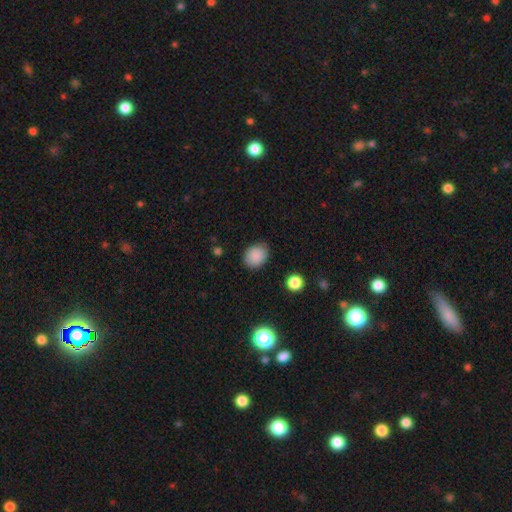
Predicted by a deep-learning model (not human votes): smooth 88%, star or artifact 9%, featured or disk 4%. Down the decision tree: how rounded — in between (51%); merging — none (82%).